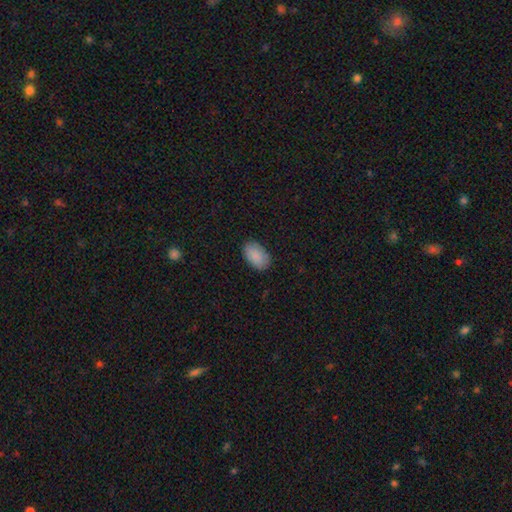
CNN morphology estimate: smooth_or_featured: smooth (p=0.90) [alt: star or artifact p=0.06]
how_rounded: in between (p=0.93) [alt: round p=0.06]
merging: none (p=0.87) [alt: minor disturbance p=0.10]